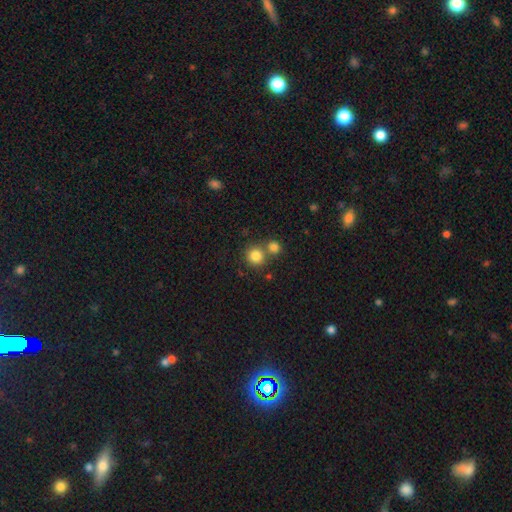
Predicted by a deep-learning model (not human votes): This is clearly a smooth galaxy (82%). How rounded: clearly round (91%). Merging: likely none (62%).